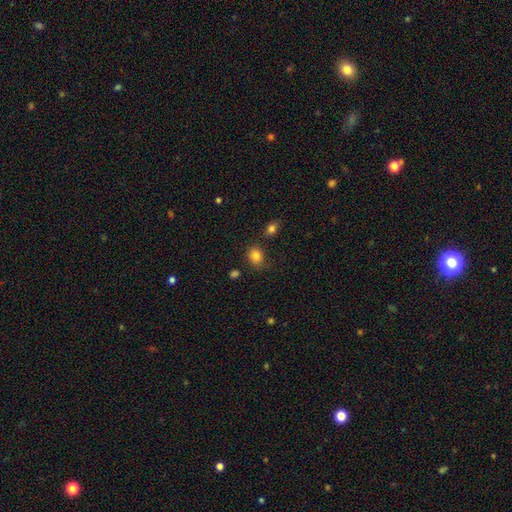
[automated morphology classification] Smooth or featured?
  - smooth: 84% *
  - star or artifact: 11%
  - featured or disk: 5%
How rounded?
  - round: 58% *
  - in between: 41%
  - cigar-shaped: 1%
Merging?
  - none: 75% *
  - minor disturbance: 15%
  - merger: 5%
  - major disturbance: 4%